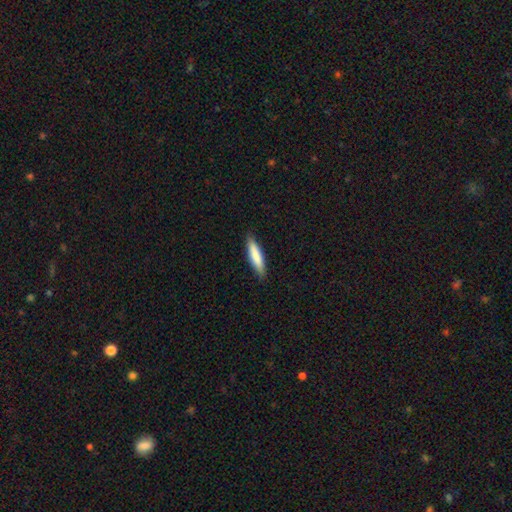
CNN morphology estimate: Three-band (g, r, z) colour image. It shows a smooth galaxy with no disk features (82%) that is cigar-shaped (79%). Merging: none (87%).